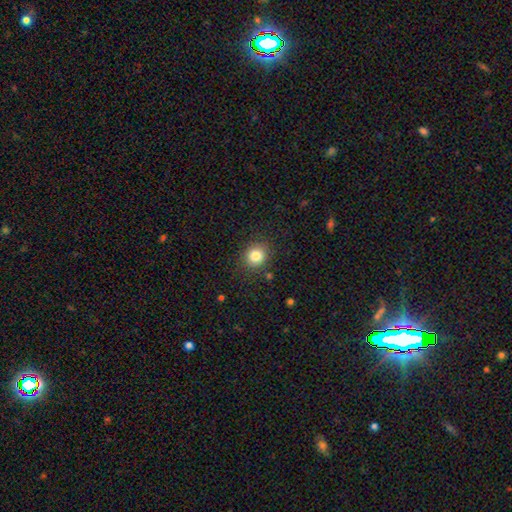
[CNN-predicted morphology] Overall: smooth (83%). How rounded: round (80%). Merging: none (86%).